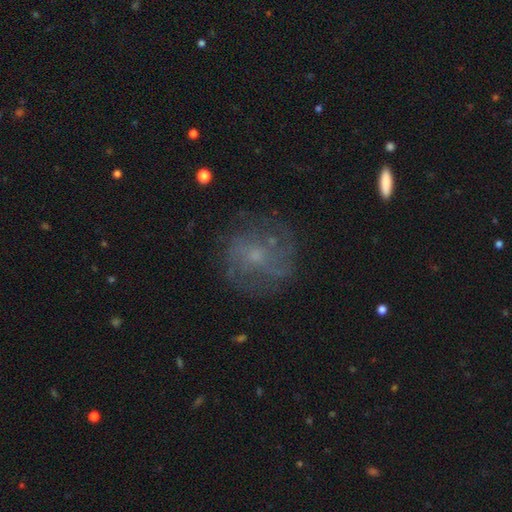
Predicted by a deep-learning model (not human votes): featured or disk 56%, smooth 28%, star or artifact 16%. Down the decision tree: edge-on disk — no (97%); bar — no (71%); spiral arms — yes (74%); bulge size — small (64%); merging — none (74%).